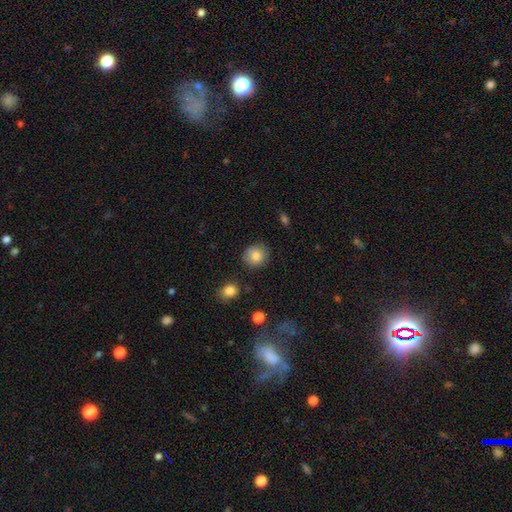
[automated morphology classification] Q: Smooth or featured?
A: smooth (83%); runner-up: star or artifact (8%)
Q: How rounded?
A: round (86%); runner-up: in between (13%)
Q: Merging?
A: none (85%); runner-up: minor disturbance (11%)